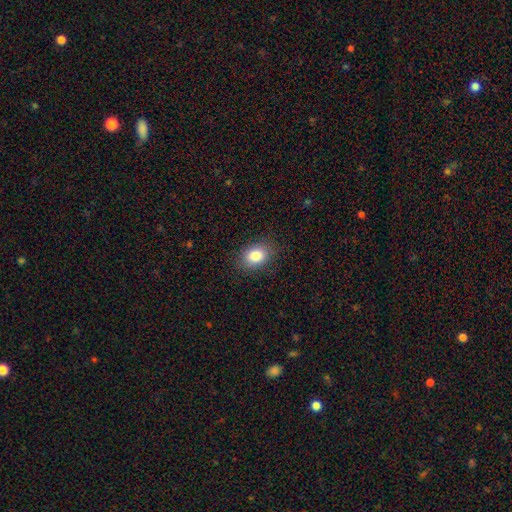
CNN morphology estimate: type=smooth (85%); roundness=in between (77%); merging=none (85%).